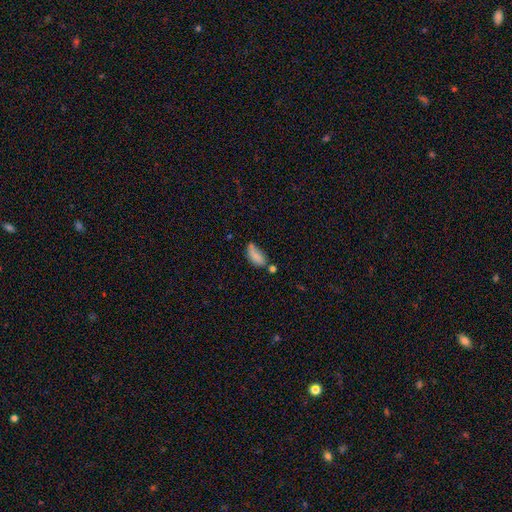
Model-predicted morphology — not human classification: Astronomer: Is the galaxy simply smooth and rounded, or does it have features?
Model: smooth — 80%.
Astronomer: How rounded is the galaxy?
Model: in between — 84%.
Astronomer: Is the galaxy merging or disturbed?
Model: none — 40% (runner-up: minor disturbance, 31%).